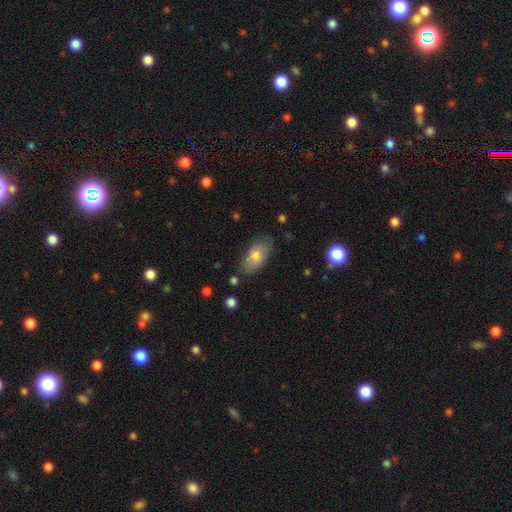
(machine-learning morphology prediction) A smooth galaxy with no disk features (74%) that is in between round and cigar-shaped (92%).

Vote fractions:
- Smooth or featured? smooth: 74% / featured or disk: 19% / star or artifact: 7%
- How rounded? in between: 92% / cigar-shaped: 4% / round: 4%
- Merging? none: 73% / minor disturbance: 20% / major disturbance: 5% / merger: 2%